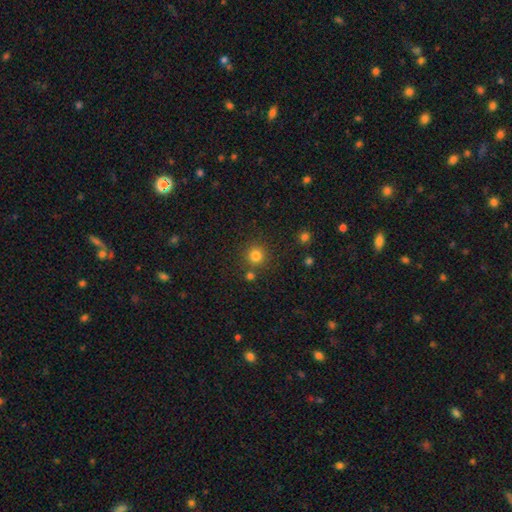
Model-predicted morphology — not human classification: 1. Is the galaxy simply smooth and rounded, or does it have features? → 82% smooth, 13% star or artifact, 5% featured or disk.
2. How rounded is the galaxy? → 94% round, 5% in between, 1% cigar-shaped.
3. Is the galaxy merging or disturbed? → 82% none, 8% merger, 7% minor disturbance, 3% major disturbance.